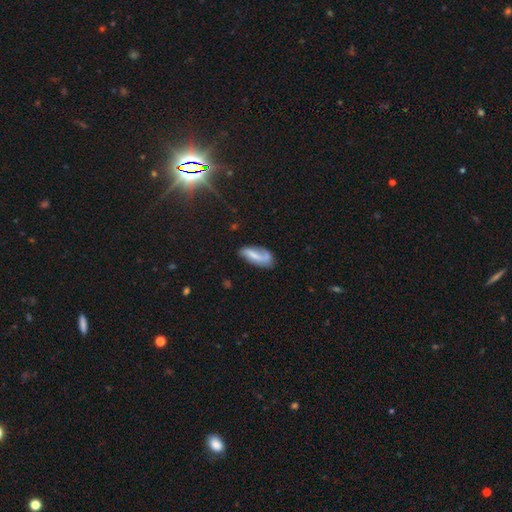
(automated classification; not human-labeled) Morphology: type=smooth (47%); merging=none (54%).